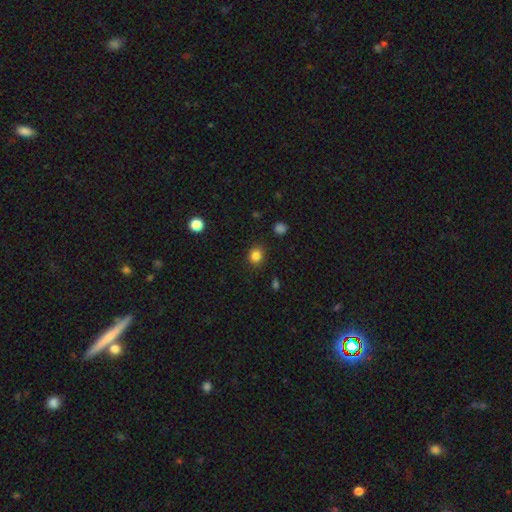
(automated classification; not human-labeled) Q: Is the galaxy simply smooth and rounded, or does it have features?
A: smooth — 84%.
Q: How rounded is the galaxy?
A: round — 74%.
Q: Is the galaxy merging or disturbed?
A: none — 88%.